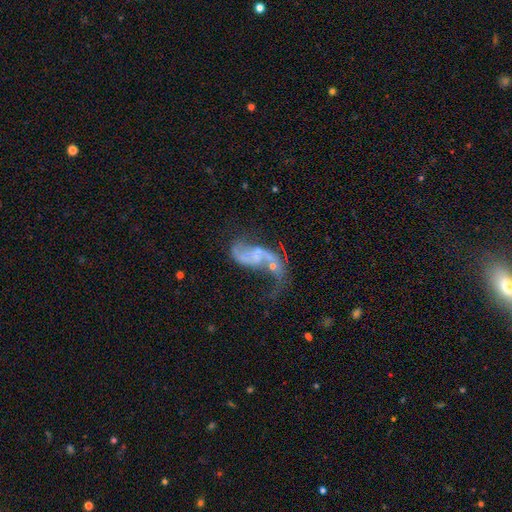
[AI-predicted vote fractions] smooth-or-featured: featured or disk: 80% | smooth: 11% | star or artifact: 9%
  disk-edge-on: no: 96% | yes: 4%
    bar: no: 52% | weak: 33% | strong: 14%
    has-spiral-arms: yes: 83% | no: 17%
      spiral-winding: loose: 83% | medium: 13% | tight: 4%
      spiral-arm-count: 2: 81% | 1: 10% | can't tell: 5% | 3: 1% | 4: 1% | more than 4: 1%
    bulge-size: none: 49% | small: 35% | moderate: 12% | large: 2% | dominant: 1%
  merging: major disturbance: 33% | none: 28% | merger: 24% | minor disturbance: 16%